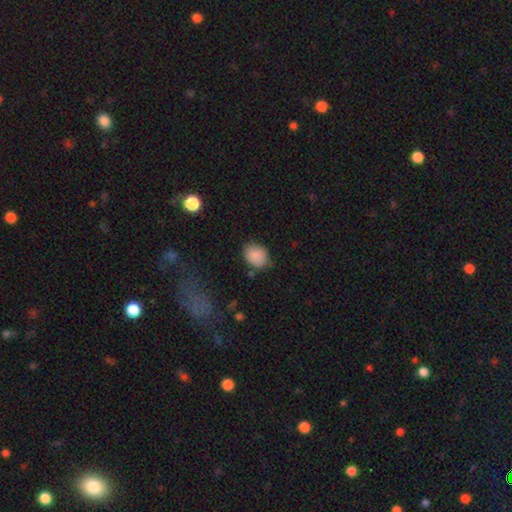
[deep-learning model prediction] smooth 87%, star or artifact 8%, featured or disk 5%. Down the decision tree: how rounded — in between (60%); merging — none (72%).